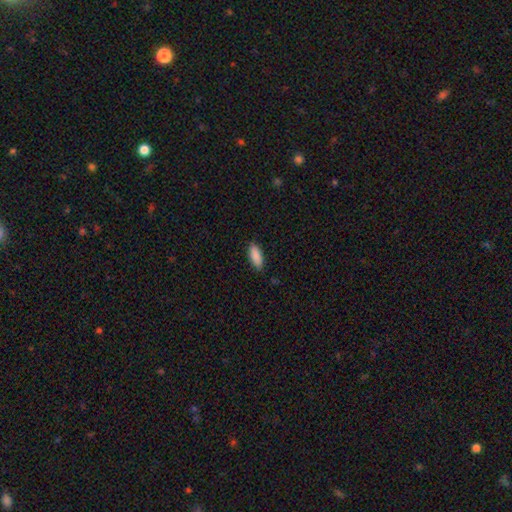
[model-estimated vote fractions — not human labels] smooth_or_featured: smooth (p=0.90) [alt: star or artifact p=0.06]
how_rounded: in between (p=0.76) [alt: cigar-shaped p=0.23]
merging: none (p=0.87) [alt: minor disturbance p=0.10]